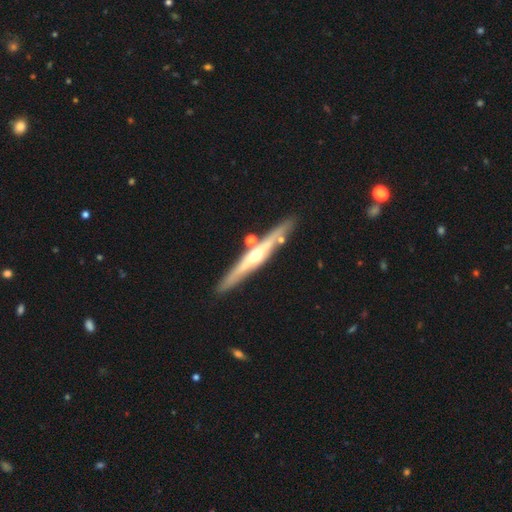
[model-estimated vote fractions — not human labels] Overall: featured or disk (72%). Edge-on disk: yes (95%). Edge-on bulge: rounded (91%). Merging: none (82%).